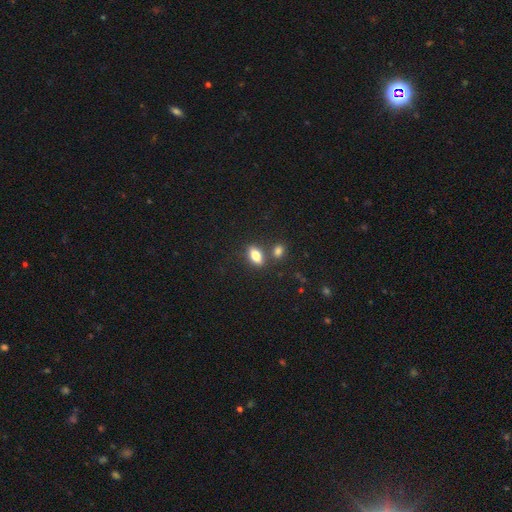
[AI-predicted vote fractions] Smooth or featured? Predicted: smooth (p=0.80). How rounded? Predicted: in between (p=0.84). Merging? Predicted: none (p=0.68).